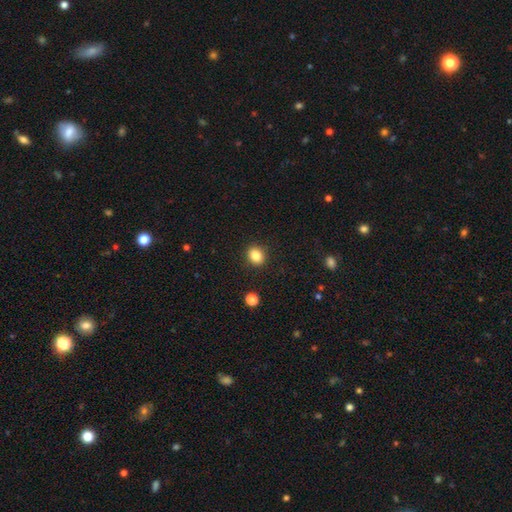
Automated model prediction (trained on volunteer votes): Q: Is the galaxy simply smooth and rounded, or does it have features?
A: smooth — 84%.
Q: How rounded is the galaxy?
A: round — 63%.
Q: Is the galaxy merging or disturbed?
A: none — 90%.